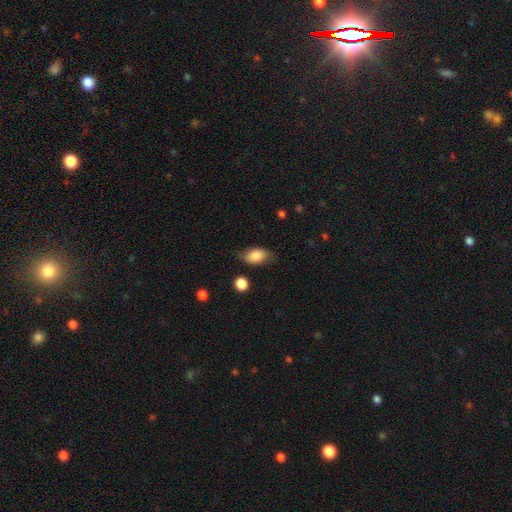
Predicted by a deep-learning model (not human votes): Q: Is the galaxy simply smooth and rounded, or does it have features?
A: smooth — 83%.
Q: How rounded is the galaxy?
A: in between — 90%.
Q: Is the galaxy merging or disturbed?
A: none — 70%.